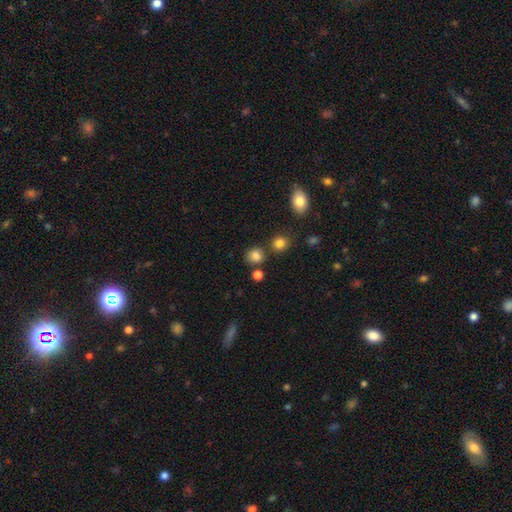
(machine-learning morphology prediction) Smooth or featured? Predicted: smooth (p=0.82). How rounded? Predicted: round (p=0.77). Merging? Predicted: none (p=0.75).